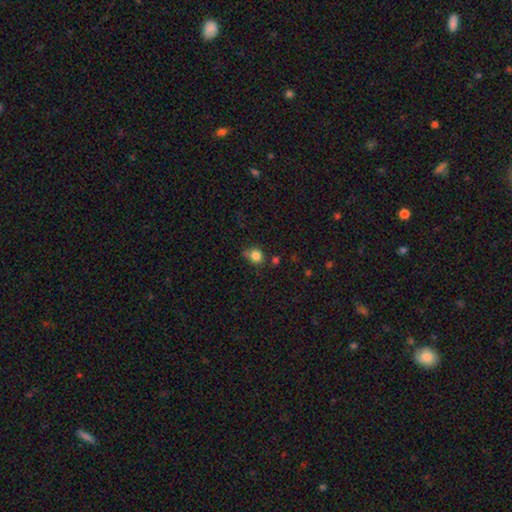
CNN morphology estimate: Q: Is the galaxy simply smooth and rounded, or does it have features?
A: smooth — 83%.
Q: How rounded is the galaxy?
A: round — 78%.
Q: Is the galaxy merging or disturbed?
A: none — 61%.